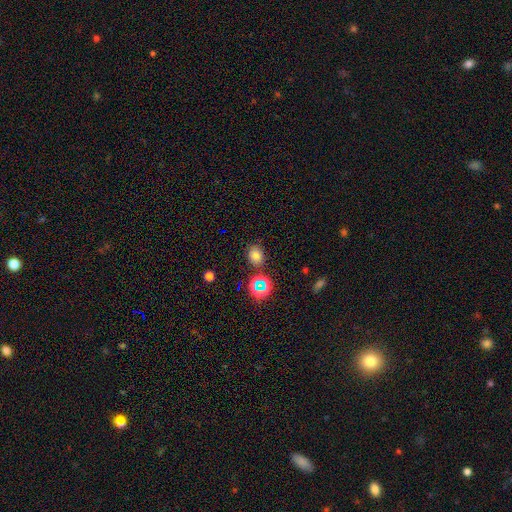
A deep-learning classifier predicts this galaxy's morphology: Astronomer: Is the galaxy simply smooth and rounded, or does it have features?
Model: smooth — 72%.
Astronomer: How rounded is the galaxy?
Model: round — 57% (runner-up: in between, 42%).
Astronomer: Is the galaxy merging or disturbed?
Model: none — 81%.